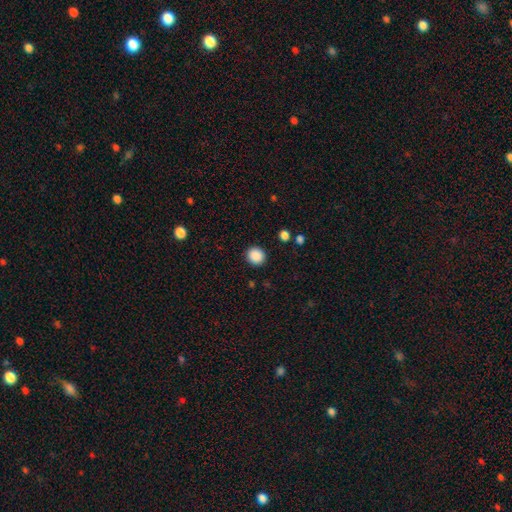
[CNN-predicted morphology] A smooth galaxy with no disk features (89%) that is round (88%). Merging: none (91%).